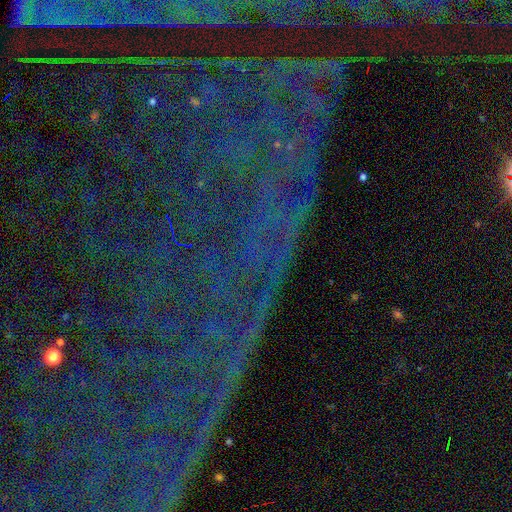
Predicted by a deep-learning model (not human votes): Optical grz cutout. It shows a star or artifact, not a galaxy (83%).